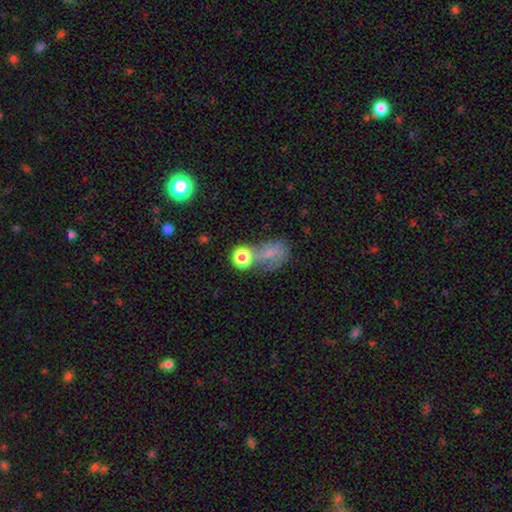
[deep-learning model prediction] smooth-or-featured: smooth: 48% | star or artifact: 33% | featured or disk: 19%
  merging: none: 49% | merger: 29% | minor disturbance: 12% | major disturbance: 10%